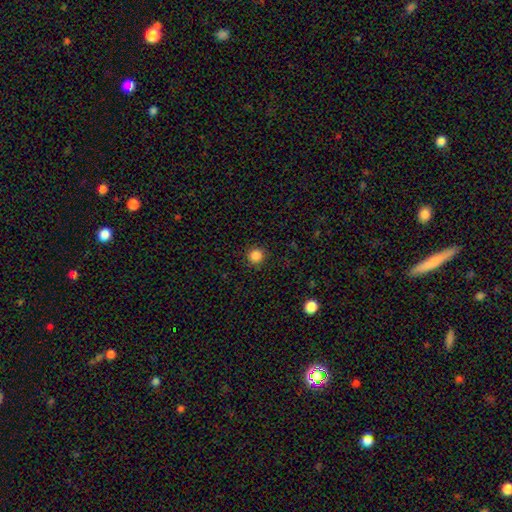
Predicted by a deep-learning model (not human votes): This appears to be a smooth galaxy with no disk features (86%) that is round (95%). Merging: none (92%).